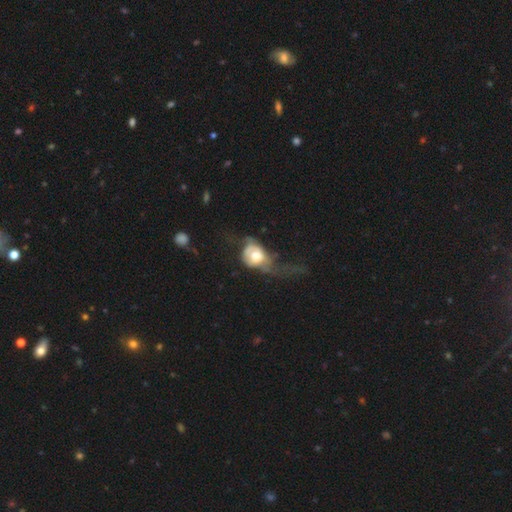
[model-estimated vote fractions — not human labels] This is possibly a smooth galaxy (51%). How rounded: possibly round (49%, tied with in between). Merging: likely major disturbance (62%).